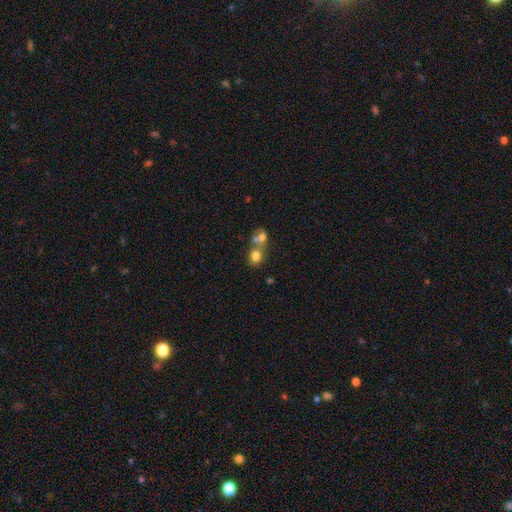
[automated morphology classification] type=smooth (73%); roundness=round (71%); merging=merger (55%).